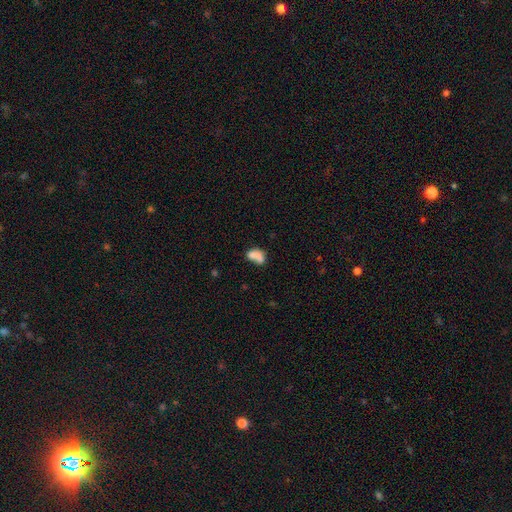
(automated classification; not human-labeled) A smooth galaxy with no disk features (71%) that is in between round and cigar-shaped (77%).

Vote fractions:
- Smooth or featured? smooth: 71% / featured or disk: 19% / star or artifact: 10%
- How rounded? in between: 77% / round: 21% / cigar-shaped: 2%
- Merging? merger: 51% / none: 24% / minor disturbance: 14% / major disturbance: 12%